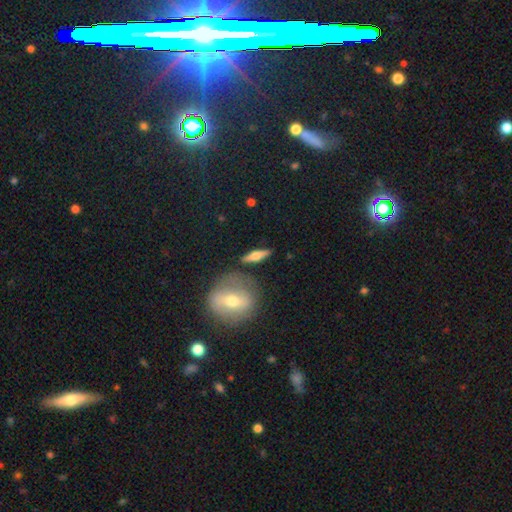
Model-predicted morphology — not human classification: Smooth or featured?
  - featured or disk: 53% *
  - smooth: 41%
  - star or artifact: 7%
Edge-on disk?
  - yes: 90% *
  - no: 10%
Merging?
  - none: 83% *
  - minor disturbance: 10%
  - merger: 4%
  - major disturbance: 3%